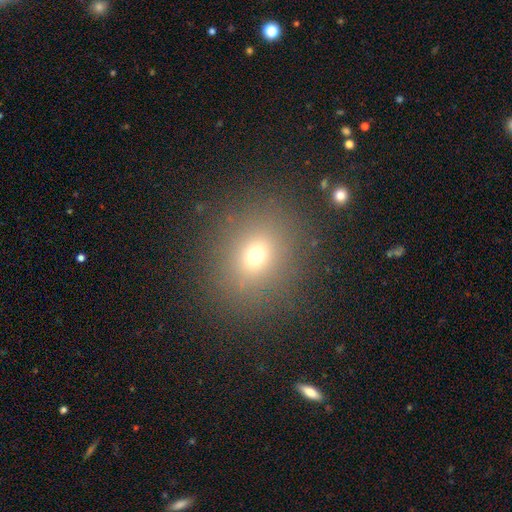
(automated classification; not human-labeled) This is likely a smooth galaxy (67%). How rounded: likely round (71%). Merging: clearly none (86%).